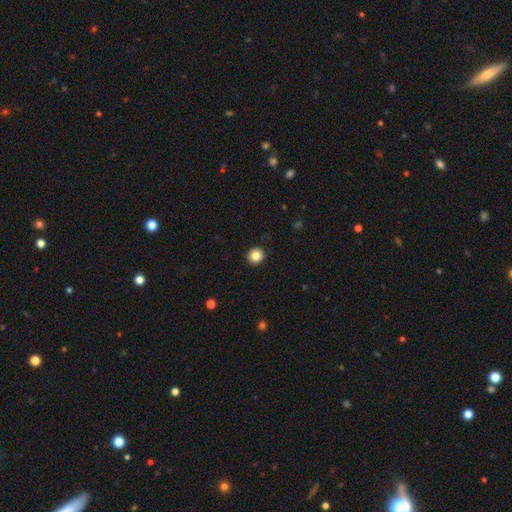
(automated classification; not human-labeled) Smooth or featured?
  - smooth: 85% *
  - star or artifact: 10%
  - featured or disk: 5%
How rounded?
  - round: 94% *
  - in between: 5%
  - cigar-shaped: 1%
Merging?
  - none: 93% *
  - minor disturbance: 4%
  - major disturbance: 1%
  - merger: 1%